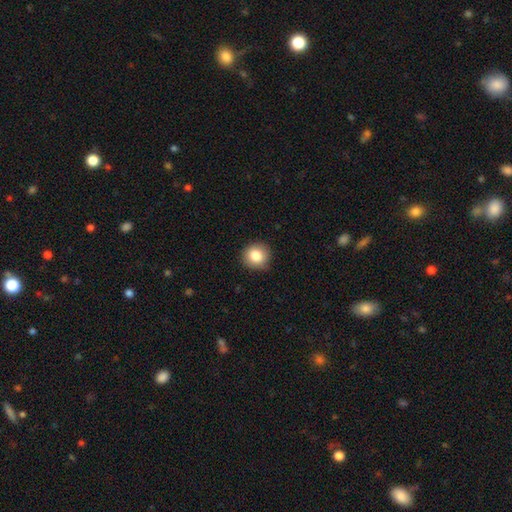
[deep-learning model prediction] This is clearly a smooth galaxy (84%). How rounded: clearly round (91%). Merging: clearly none (88%).